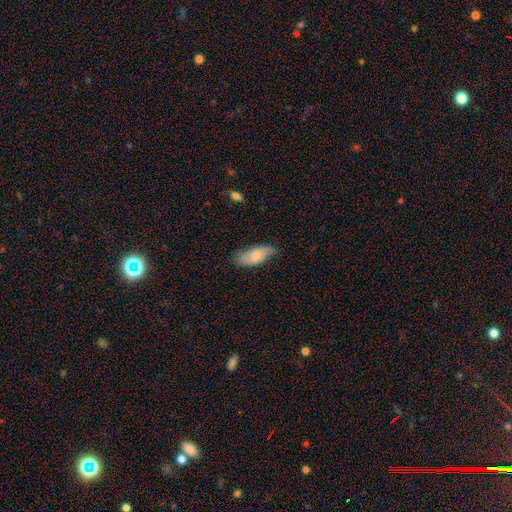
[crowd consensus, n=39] A smooth galaxy with no disk features (46%, tied with featured or disk) that is in between round and cigar-shaped (89%). Merging: none (56%).